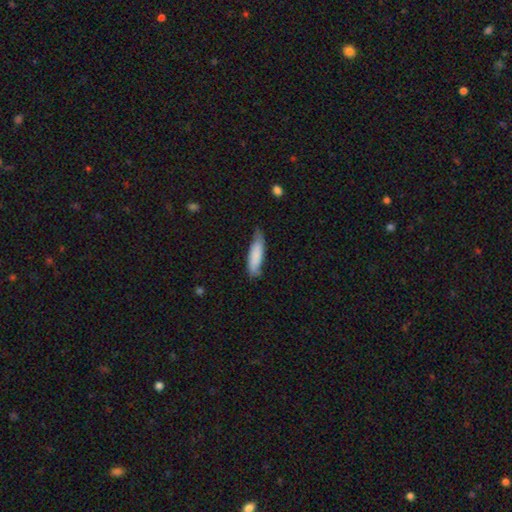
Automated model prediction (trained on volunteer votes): A smooth galaxy with no disk features (82%) that is cigar-shaped (58%). Merging: none (63%).